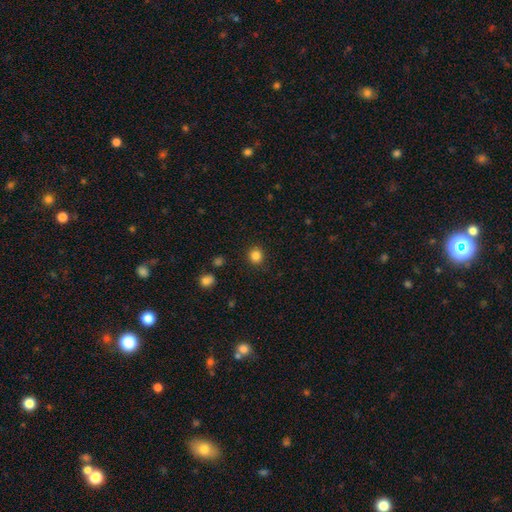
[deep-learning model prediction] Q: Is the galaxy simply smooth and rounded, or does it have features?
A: smooth — 84%.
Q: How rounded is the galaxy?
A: round — 90%.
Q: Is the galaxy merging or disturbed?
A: none — 90%.